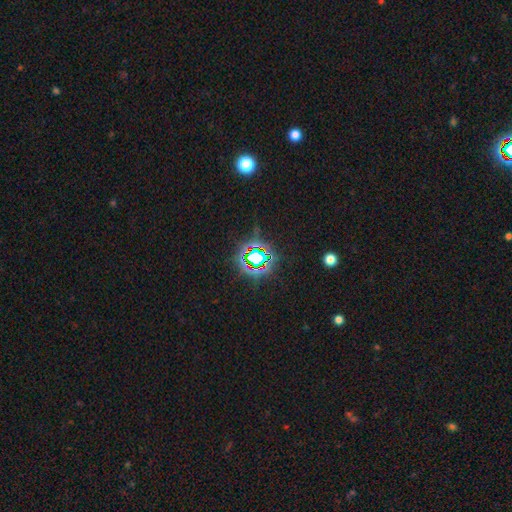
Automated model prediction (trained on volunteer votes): A star or artifact, not a galaxy (73%).